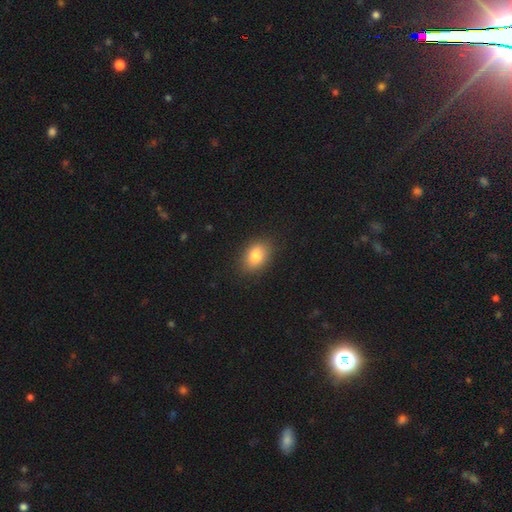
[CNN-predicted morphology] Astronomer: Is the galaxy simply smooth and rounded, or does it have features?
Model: smooth — 82%.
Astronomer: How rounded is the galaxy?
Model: in between — 77%.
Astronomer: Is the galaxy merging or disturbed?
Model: none — 86%.